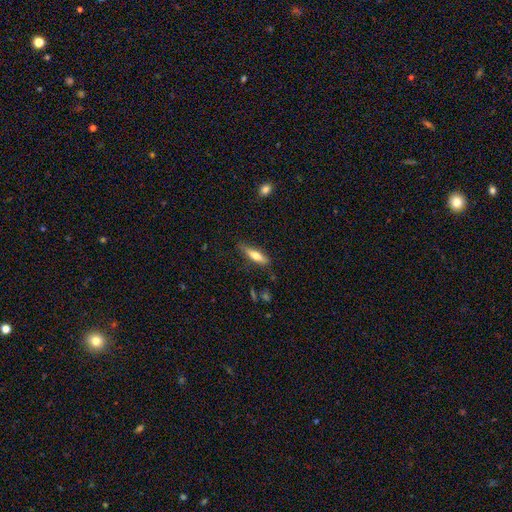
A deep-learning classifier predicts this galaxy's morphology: type=smooth (65%); roundness=cigar-shaped (68%); merging=none (75%).